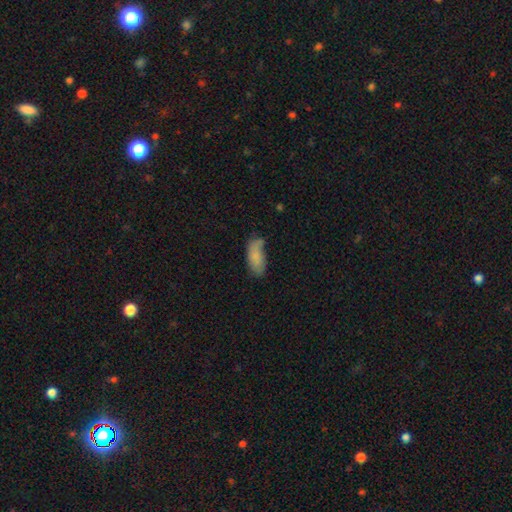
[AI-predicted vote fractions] smooth-or-featured: smooth: 79% | featured or disk: 13% | star or artifact: 7%
  how-rounded: in between: 88% | cigar-shaped: 10% | round: 2%
  merging: none: 50% | minor disturbance: 33% | major disturbance: 11% | merger: 6%